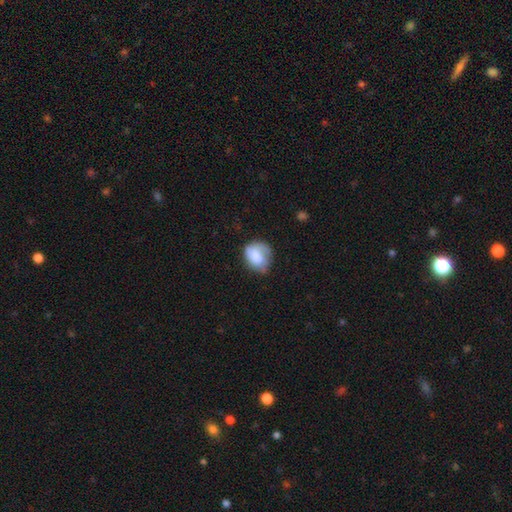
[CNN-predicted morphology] A smooth galaxy with no disk features (69%) that is round (59%). Merging: none (53%).